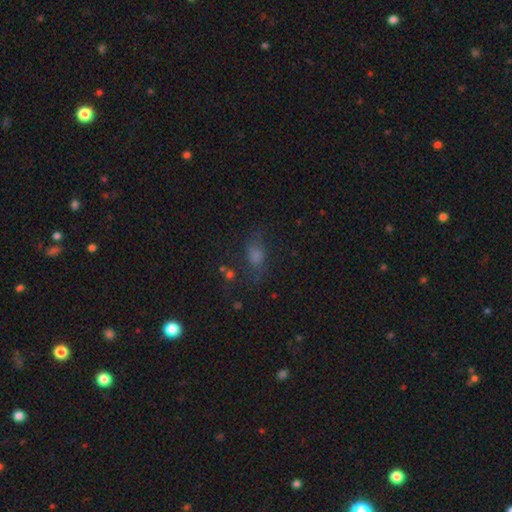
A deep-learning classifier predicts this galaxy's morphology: Smooth or featured? Predicted: smooth (p=0.63). How rounded? Predicted: in between (p=0.73). Merging? Predicted: none (p=0.57).